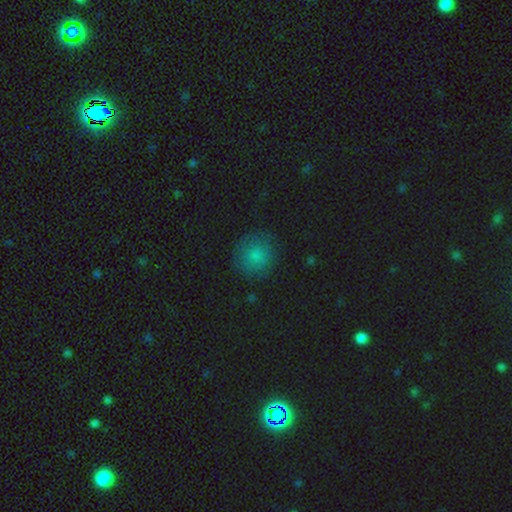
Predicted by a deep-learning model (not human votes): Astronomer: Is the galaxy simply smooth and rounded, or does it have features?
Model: smooth — 79%.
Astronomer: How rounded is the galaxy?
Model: round — 90%.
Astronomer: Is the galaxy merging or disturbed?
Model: none — 82%.